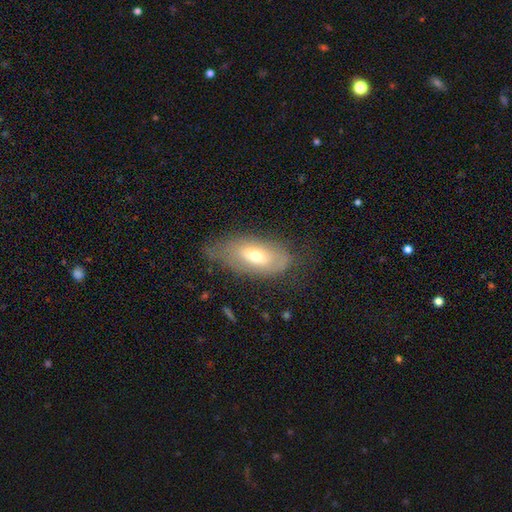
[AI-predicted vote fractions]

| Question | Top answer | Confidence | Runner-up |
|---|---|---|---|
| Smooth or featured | smooth | 57% | featured or disk (35%) |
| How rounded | in between | 88% | cigar-shaped (9%) |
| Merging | none | 52% | minor disturbance (32%) |